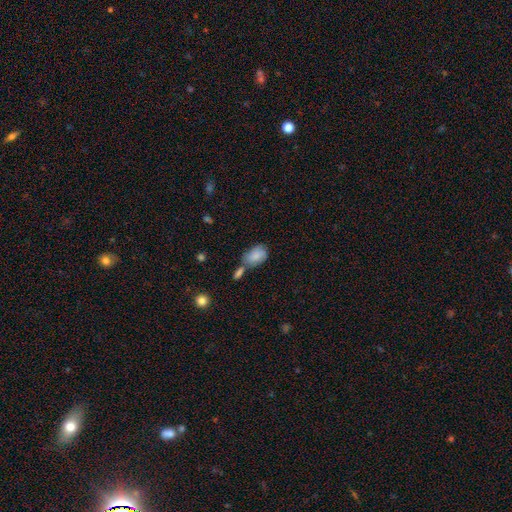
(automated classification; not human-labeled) Smooth or featured: smooth — 80% (featured or disk — 13%)
How rounded: in between — 88% (round — 10%)
Merging: none — 43% (merger — 30%)